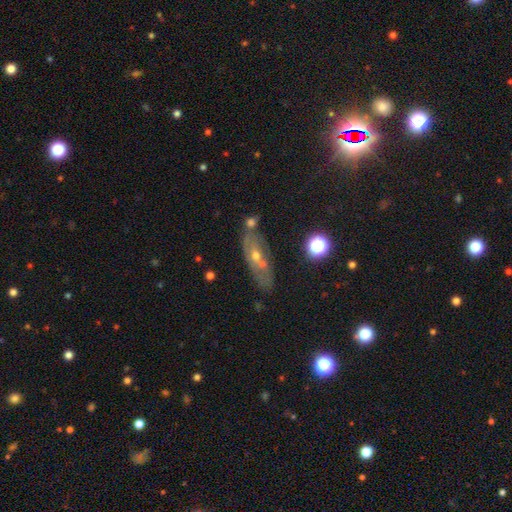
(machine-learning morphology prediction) Smooth or featured?
  - featured or disk: 51% *
  - smooth: 36%
  - star or artifact: 12%
Edge-on disk?
  - no: 73% *
  - yes: 27%
Merging?
  - none: 54% *
  - merger: 20%
  - minor disturbance: 18%
  - major disturbance: 8%